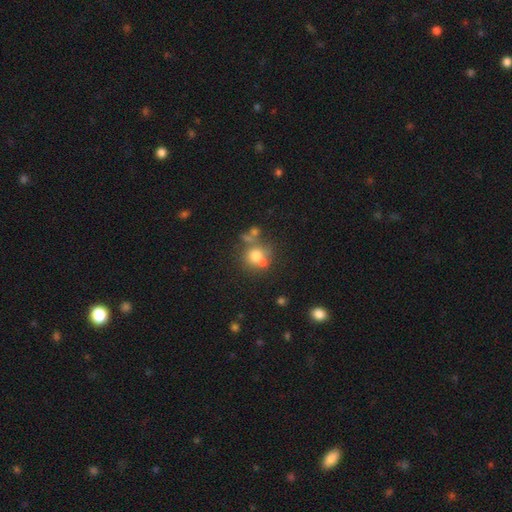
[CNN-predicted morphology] The model was most divided on "merging": none: 51%, merger: 31%, minor disturbance: 12%, major disturbance: 6%. More confident: how rounded — round (86%); smooth or featured — smooth (68%).